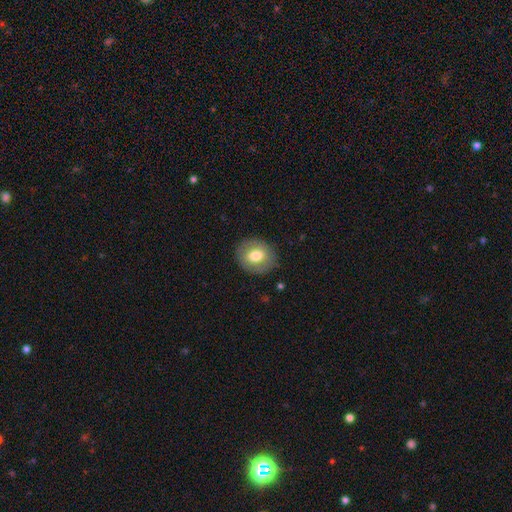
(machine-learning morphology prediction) type=smooth (70%); roundness=round (64%); merging=none (85%).